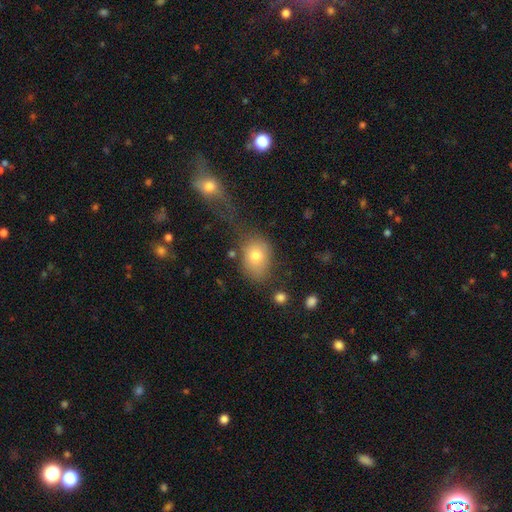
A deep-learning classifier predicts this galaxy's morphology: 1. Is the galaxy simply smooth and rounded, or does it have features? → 77% smooth, 14% featured or disk, 10% star or artifact.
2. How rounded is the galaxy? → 67% in between, 32% round, 1% cigar-shaped.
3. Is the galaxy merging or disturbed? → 45% none, 20% merger, 19% minor disturbance, 16% major disturbance.